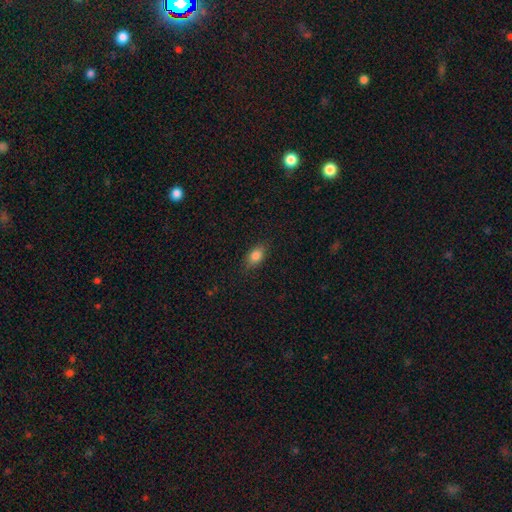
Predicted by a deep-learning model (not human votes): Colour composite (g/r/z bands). It shows a smooth galaxy with no disk features (83%) that is in between round and cigar-shaped (83%). Merging: none (84%).